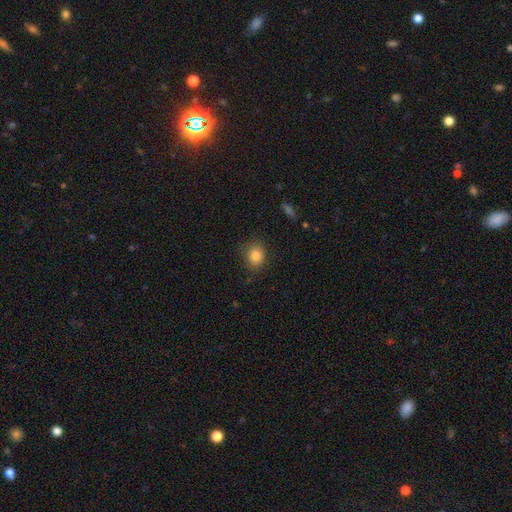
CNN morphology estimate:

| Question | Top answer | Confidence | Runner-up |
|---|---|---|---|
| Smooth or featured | smooth | 83% | star or artifact (10%) |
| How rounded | round | 64% | in between (35%) |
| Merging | none | 79% | minor disturbance (16%) |